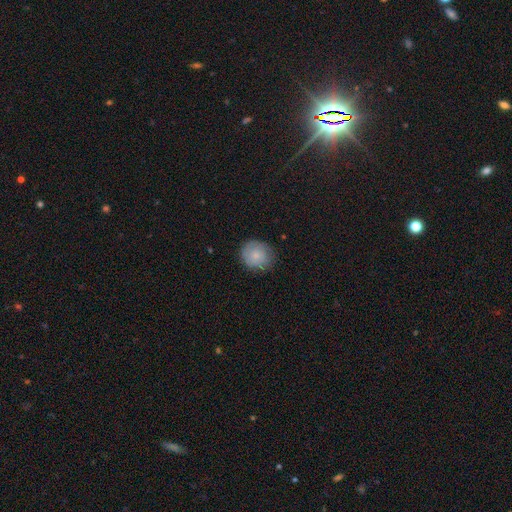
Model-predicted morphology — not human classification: This appears to be a smooth galaxy with no disk features (76%) that is round (83%). Merging: none (77%).